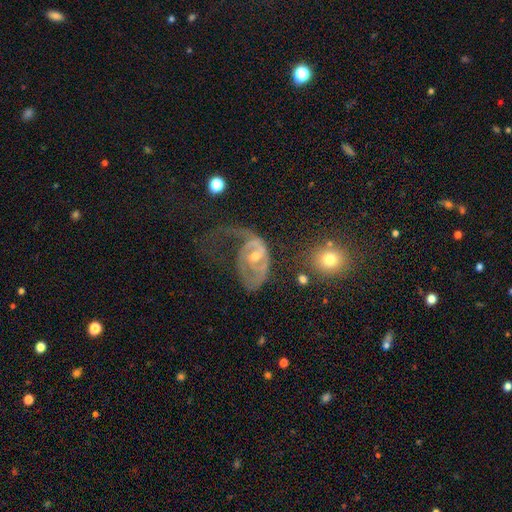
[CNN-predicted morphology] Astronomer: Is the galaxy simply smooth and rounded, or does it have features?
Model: featured or disk — 76%.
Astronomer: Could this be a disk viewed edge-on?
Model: no — 96%.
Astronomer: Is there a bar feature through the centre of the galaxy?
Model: no — 62%.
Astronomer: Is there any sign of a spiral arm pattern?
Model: yes — 71%.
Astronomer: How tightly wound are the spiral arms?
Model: loose — 36% (runner-up: medium, 35%).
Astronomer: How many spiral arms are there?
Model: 1 — 48% (runner-up: 2, 27%).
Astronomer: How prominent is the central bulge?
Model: moderate — 48% (runner-up: small, 46%).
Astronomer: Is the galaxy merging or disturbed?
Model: major disturbance — 64%.